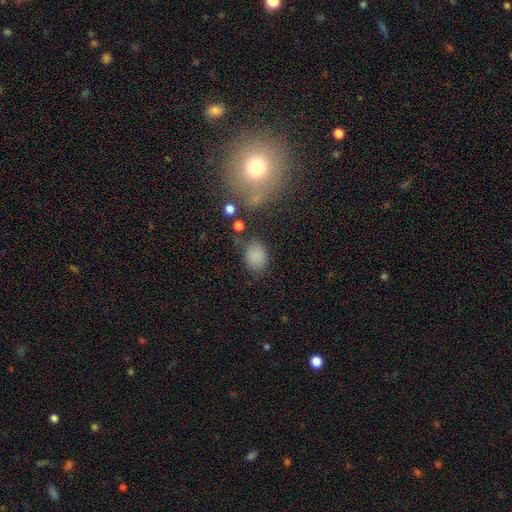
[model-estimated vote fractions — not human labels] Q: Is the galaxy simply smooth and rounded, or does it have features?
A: smooth — 83%.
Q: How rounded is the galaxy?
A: in between — 66%.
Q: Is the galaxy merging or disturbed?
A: none — 70%.